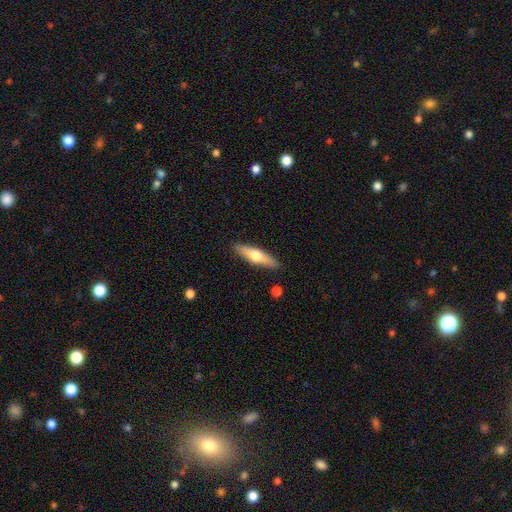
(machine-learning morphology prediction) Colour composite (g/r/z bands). It shows a smooth galaxy with no disk features (51%) that is cigar-shaped (65%). Merging: none (89%).